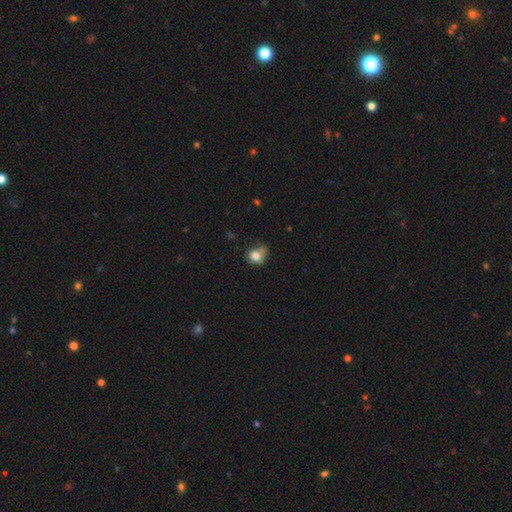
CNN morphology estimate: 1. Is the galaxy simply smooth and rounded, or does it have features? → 79% smooth, 11% star or artifact, 11% featured or disk.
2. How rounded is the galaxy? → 63% round, 36% in between, 1% cigar-shaped.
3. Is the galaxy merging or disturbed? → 41% none, 35% minor disturbance, 16% major disturbance, 8% merger.